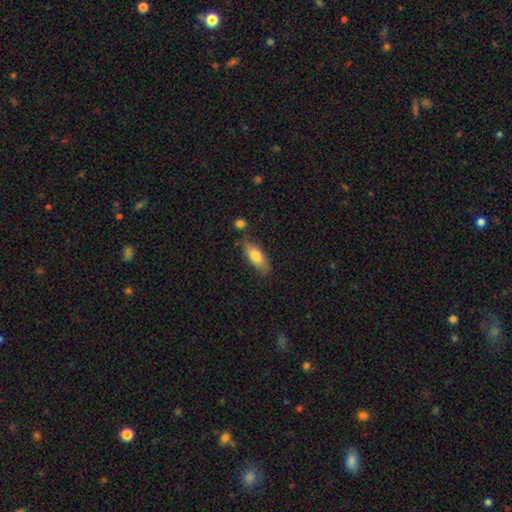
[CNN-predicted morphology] Smooth or featured? Predicted: smooth (p=0.75). How rounded? Predicted: in between (p=0.71). Merging? Predicted: none (p=0.73).